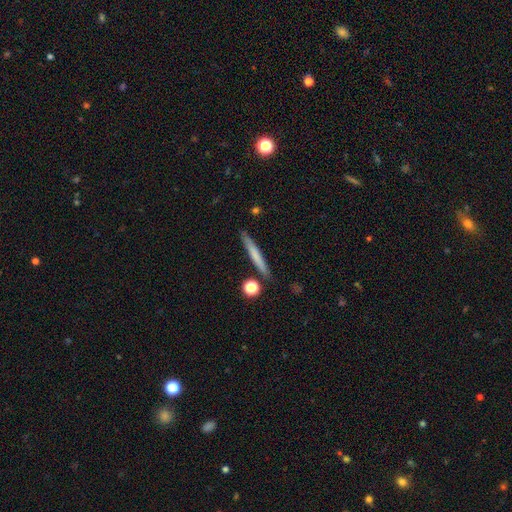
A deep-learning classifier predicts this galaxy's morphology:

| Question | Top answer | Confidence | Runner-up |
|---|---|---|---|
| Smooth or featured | smooth | 64% | featured or disk (29%) |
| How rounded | cigar-shaped | 95% | in between (3%) |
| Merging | none | 86% | minor disturbance (8%) |